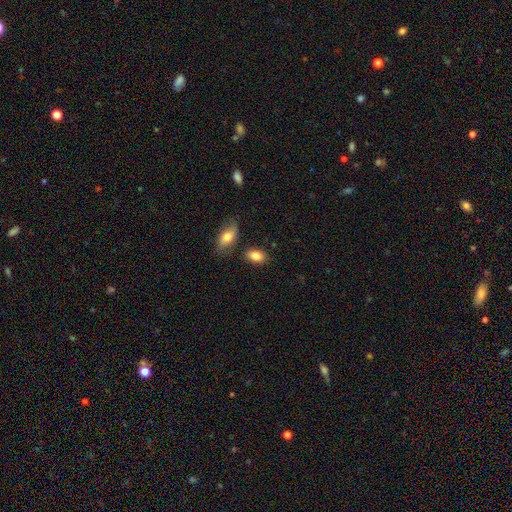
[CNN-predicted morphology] Overall: smooth (85%). How rounded: in between (88%). Merging: none (78%).